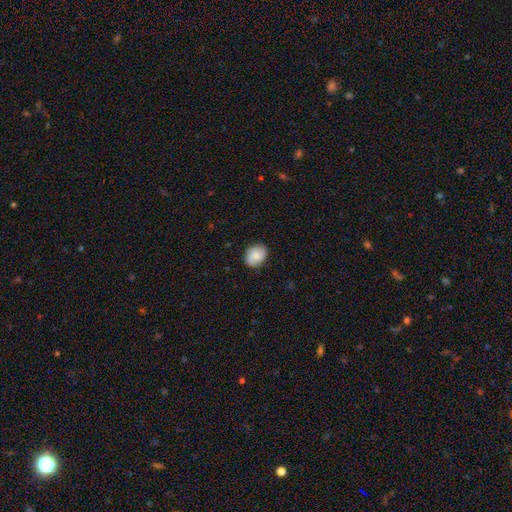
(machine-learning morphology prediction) Smooth or featured: smooth — 73% (featured or disk — 19%)
How rounded: in between — 50% (round — 49%)
Merging: none — 81% (minor disturbance — 15%)